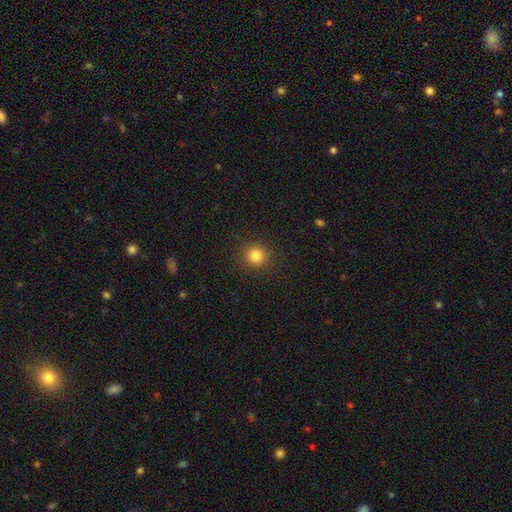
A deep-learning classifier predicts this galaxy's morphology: Smooth or featured? Predicted: smooth (p=0.83). How rounded? Predicted: round (p=0.93). Merging? Predicted: none (p=0.91).